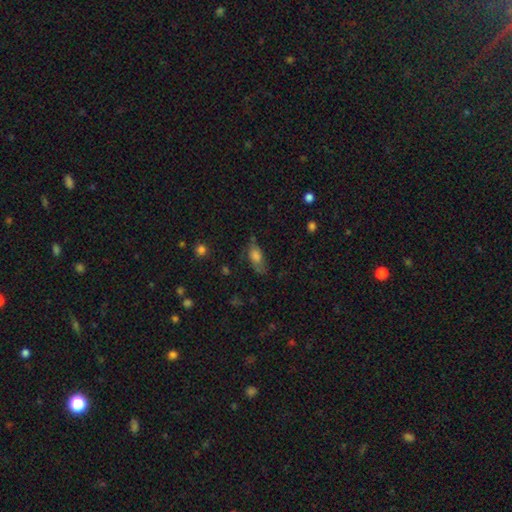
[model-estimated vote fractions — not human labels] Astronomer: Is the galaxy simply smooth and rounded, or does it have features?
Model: smooth — 65%.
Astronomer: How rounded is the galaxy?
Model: in between — 80%.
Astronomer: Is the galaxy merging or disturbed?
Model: none — 55%.